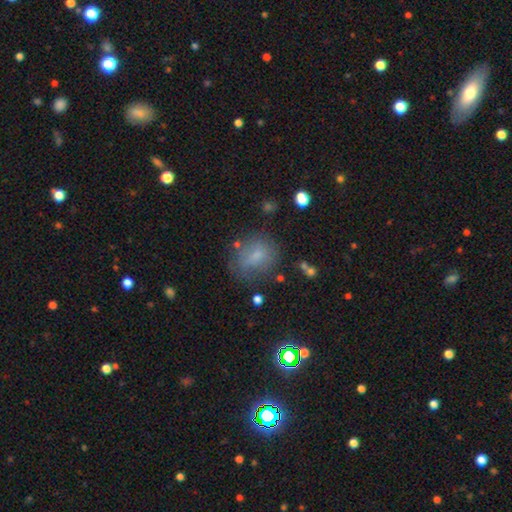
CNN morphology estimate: Smooth or featured?
  - smooth: 67% *
  - featured or disk: 18%
  - star or artifact: 15%
How rounded?
  - round: 56% *
  - in between: 42%
  - cigar-shaped: 2%
Merging?
  - none: 64% *
  - minor disturbance: 21%
  - major disturbance: 11%
  - merger: 4%